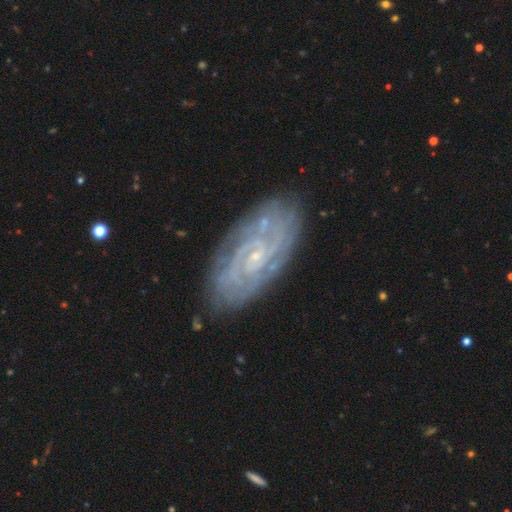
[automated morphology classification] smooth-or-featured: featured or disk: 83% | smooth: 10% | star or artifact: 7%
  disk-edge-on: no: 94% | yes: 6%
    bar: no: 62% | weak: 31% | strong: 7%
    has-spiral-arms: yes: 94% | no: 6%
      spiral-winding: tight: 72% | medium: 23% | loose: 6%
      spiral-arm-count: can't tell: 38% | 2: 24% | 3: 13% | 4: 11% | more than 4: 8% | 1: 6%
    bulge-size: small: 82% | moderate: 12% | none: 5% | large: 1% | dominant: 1%
  merging: none: 82% | minor disturbance: 13% | major disturbance: 3% | merger: 2%